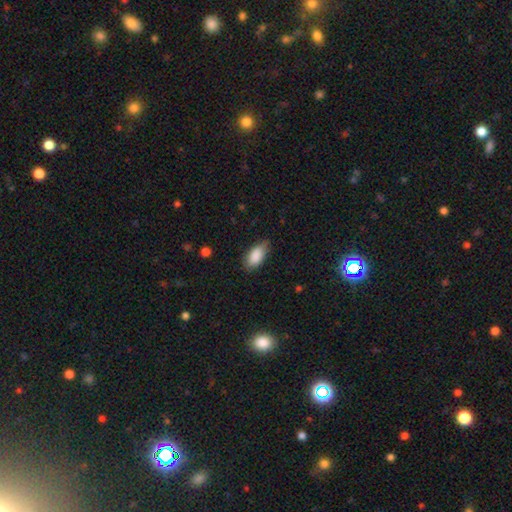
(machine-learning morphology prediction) This appears to be a smooth galaxy with no disk features (87%) that is in between round and cigar-shaped (91%). Merging: none (70%).